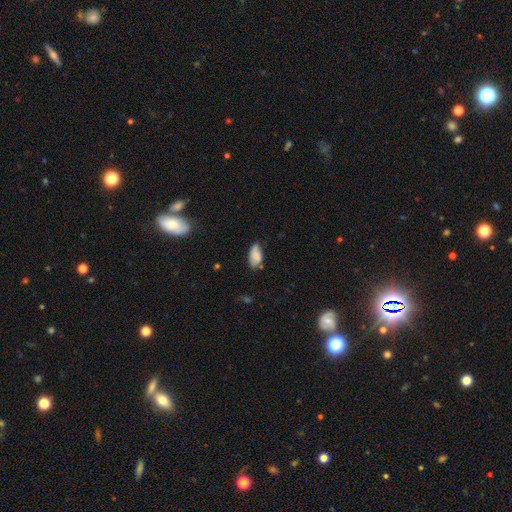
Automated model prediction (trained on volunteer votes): This is likely a smooth galaxy (77%). How rounded: clearly in between (92%). Merging: possibly none (60%).